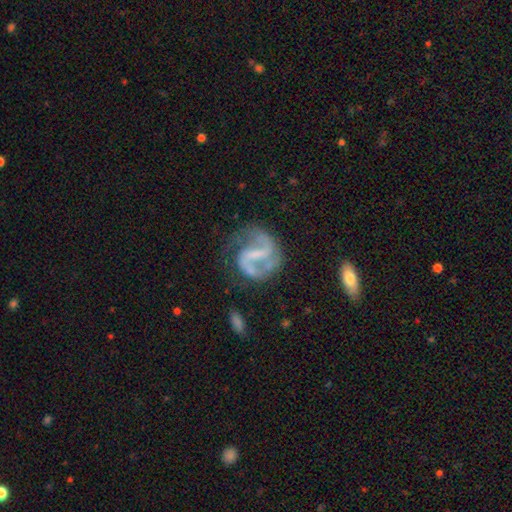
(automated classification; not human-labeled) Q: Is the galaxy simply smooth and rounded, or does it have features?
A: featured or disk — 87%.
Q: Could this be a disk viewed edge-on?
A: no — 98%.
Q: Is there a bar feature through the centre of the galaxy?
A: strong — 46%.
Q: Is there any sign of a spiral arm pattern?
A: yes — 94%.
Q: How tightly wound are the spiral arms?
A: medium — 52%.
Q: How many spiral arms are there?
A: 2 — 86%.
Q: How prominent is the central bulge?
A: none — 45%.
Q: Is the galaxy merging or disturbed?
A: none — 63%.